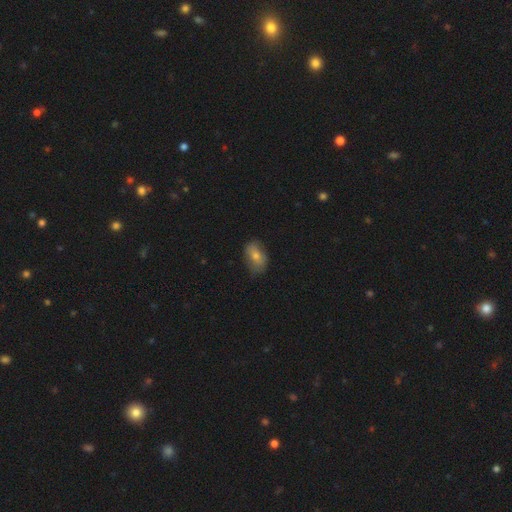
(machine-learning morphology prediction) type=smooth (65%); roundness=in between (84%); merging=none (72%).